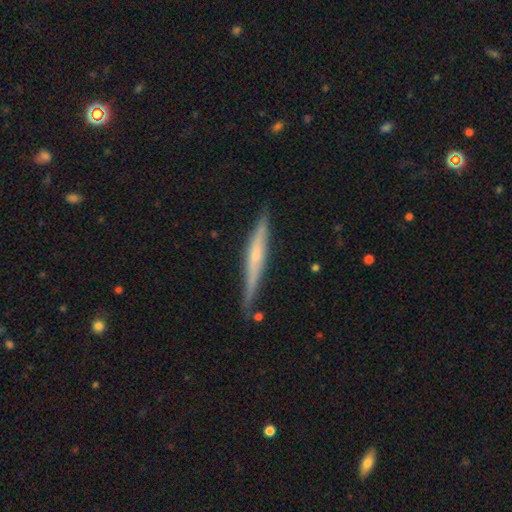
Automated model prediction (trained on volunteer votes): A featured or disk galaxy (62%) viewed edge-on (96%) with a rounded central bulge (53%). Merging: none (83%).